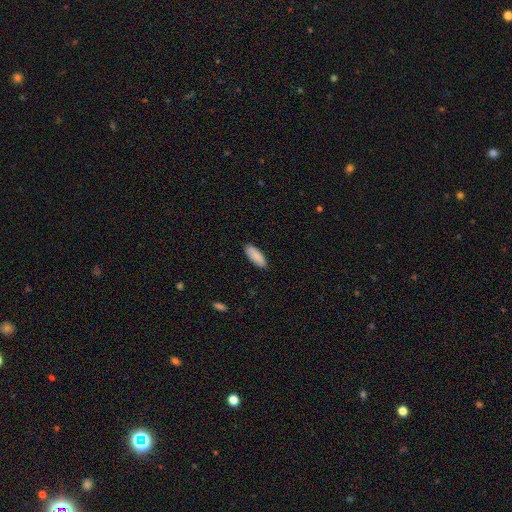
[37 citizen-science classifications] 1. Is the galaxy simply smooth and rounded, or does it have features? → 89% smooth, 5% featured or disk, 5% star or artifact.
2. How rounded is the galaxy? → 76% in between, 24% cigar-shaped, 0% round.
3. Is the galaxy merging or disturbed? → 89% none, 11% minor disturbance, 0% major disturbance, 0% merger.